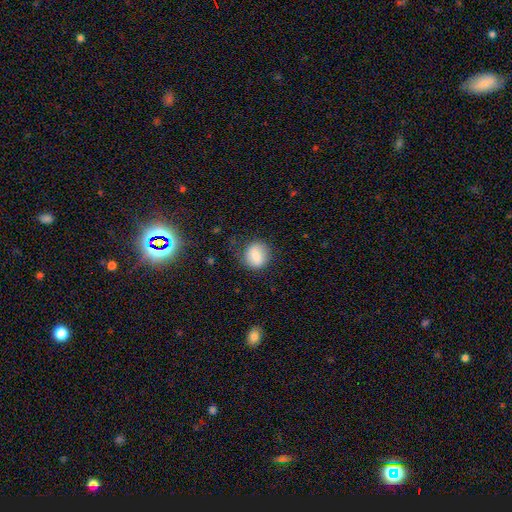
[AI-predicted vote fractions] This appears to be a smooth galaxy with no disk features (81%) that is round (70%). Merging: none (67%).